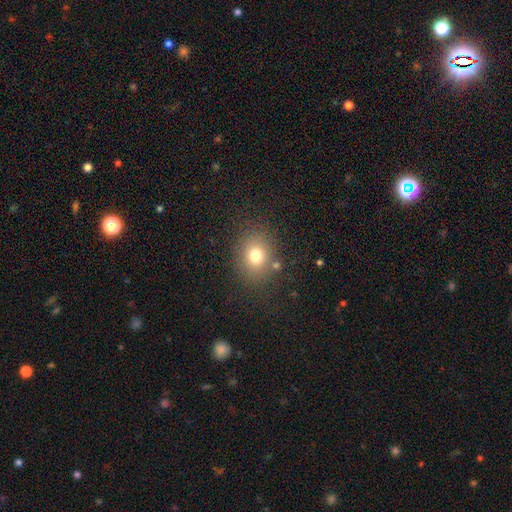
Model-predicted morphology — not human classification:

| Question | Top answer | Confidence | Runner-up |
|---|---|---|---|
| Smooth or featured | smooth | 74% | star or artifact (15%) |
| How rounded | round | 60% | in between (40%) |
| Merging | none | 80% | minor disturbance (11%) |